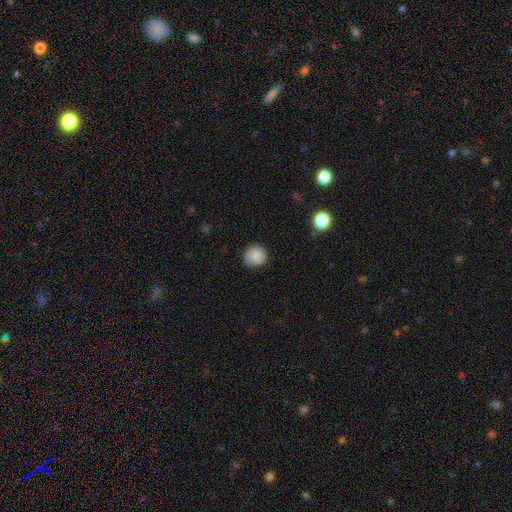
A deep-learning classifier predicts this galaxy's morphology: A smooth galaxy with no disk features (86%) that is round (92%).

Vote fractions:
- Smooth or featured? smooth: 86% / star or artifact: 9% / featured or disk: 5%
- How rounded? round: 92% / in between: 7% / cigar-shaped: 1%
- Merging? none: 82% / minor disturbance: 14% / major disturbance: 3% / merger: 1%